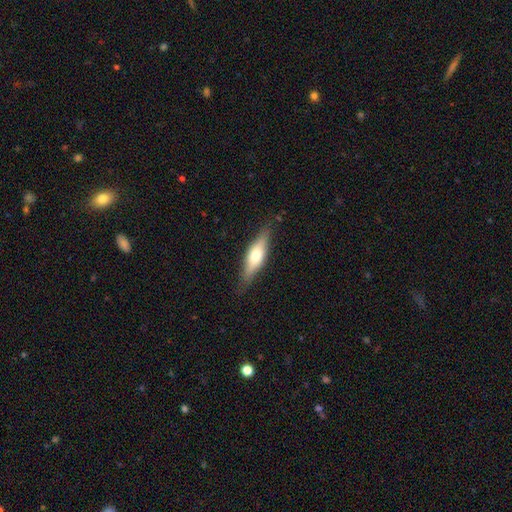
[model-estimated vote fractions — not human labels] The model was most divided on "smooth or featured": smooth: 49%, featured or disk: 46%, star or artifact: 6%. More confident: merging — none (82%).